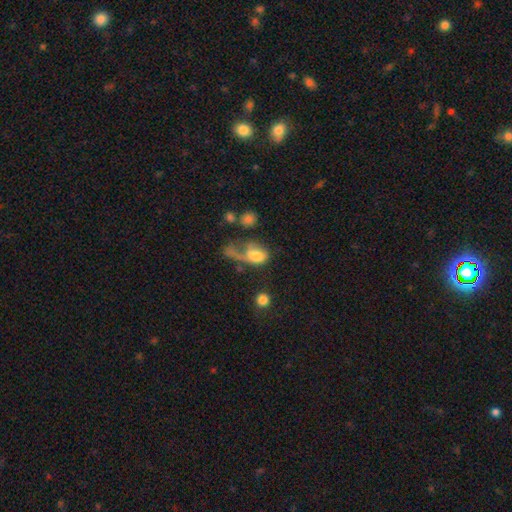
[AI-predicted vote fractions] A smooth galaxy with no disk features (59%) that is in between round and cigar-shaped (76%).

Vote fractions:
- Smooth or featured? smooth: 59% / featured or disk: 31% / star or artifact: 10%
- How rounded? in between: 76% / round: 22% / cigar-shaped: 3%
- Merging? major disturbance: 51% / merger: 18% / none: 17% / minor disturbance: 14%